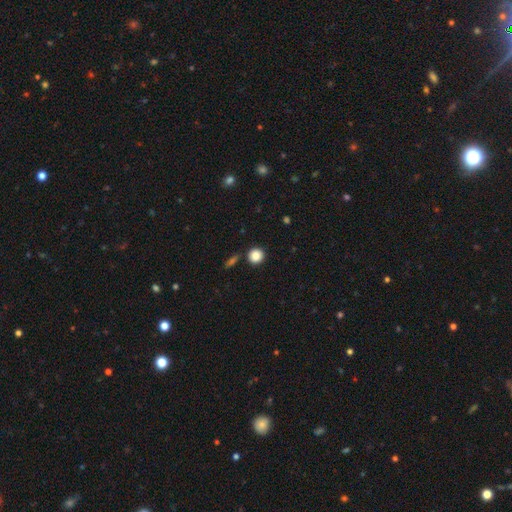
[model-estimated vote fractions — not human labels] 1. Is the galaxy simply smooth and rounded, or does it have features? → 86% smooth, 10% star or artifact, 5% featured or disk.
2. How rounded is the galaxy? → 91% round, 7% in between, 1% cigar-shaped.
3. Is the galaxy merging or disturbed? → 85% none, 8% minor disturbance, 5% merger, 2% major disturbance.